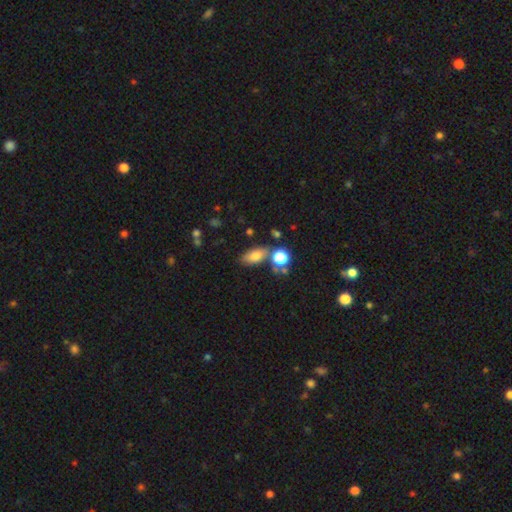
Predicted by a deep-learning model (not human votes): smooth 75%, featured or disk 13%, star or artifact 11%. Down the decision tree: how rounded — in between (85%); merging — none (64%).